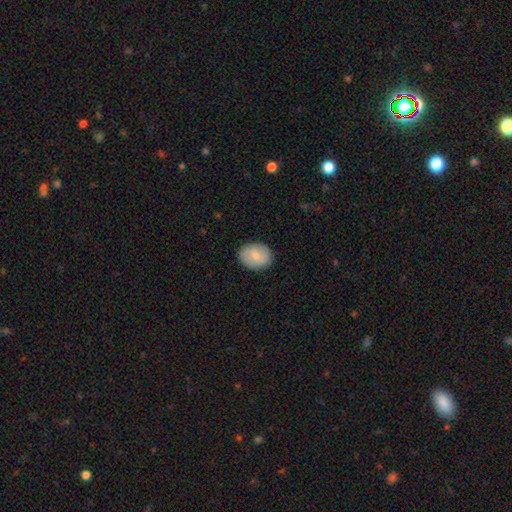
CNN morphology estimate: Q: Smooth or featured?
A: smooth (72%); runner-up: featured or disk (22%)
Q: How rounded?
A: in between (53%); runner-up: round (46%)
Q: Merging?
A: none (88%); runner-up: minor disturbance (9%)